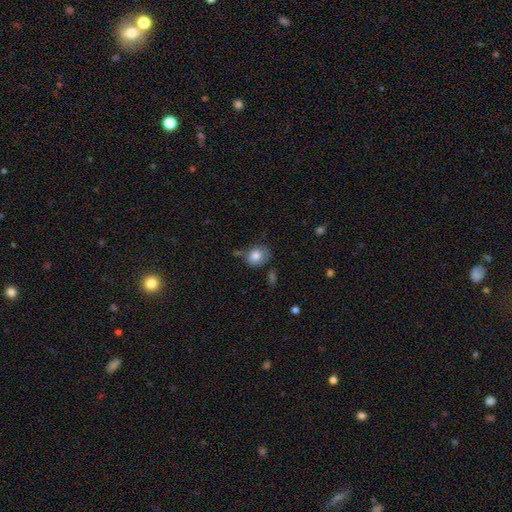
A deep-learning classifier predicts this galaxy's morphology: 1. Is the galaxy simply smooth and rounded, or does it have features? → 79% smooth, 13% featured or disk, 8% star or artifact.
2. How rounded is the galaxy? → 67% round, 32% in between, 1% cigar-shaped.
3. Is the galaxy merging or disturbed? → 55% none, 26% minor disturbance, 10% merger, 9% major disturbance.